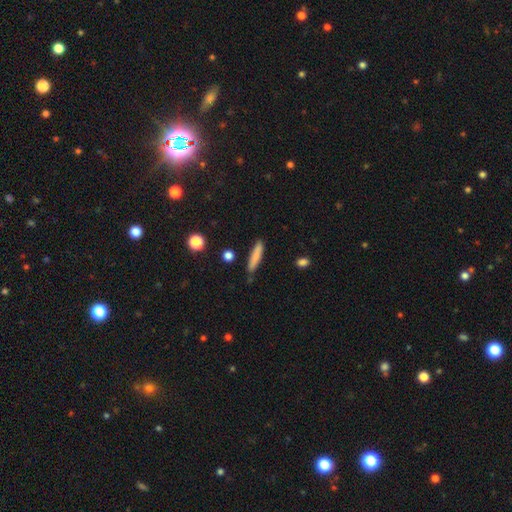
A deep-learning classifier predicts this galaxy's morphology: This is clearly a smooth galaxy (81%). How rounded: clearly cigar-shaped (88%). Merging: clearly none (84%).